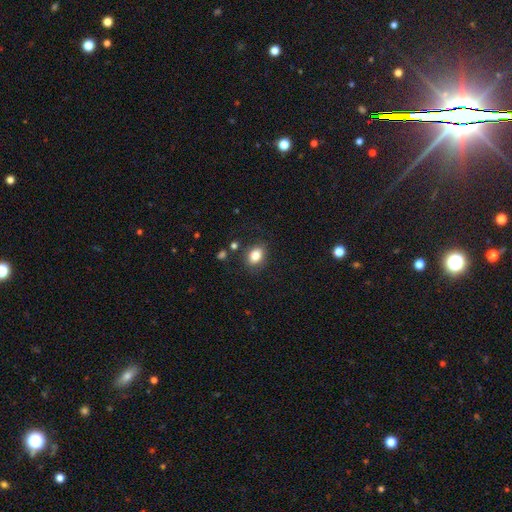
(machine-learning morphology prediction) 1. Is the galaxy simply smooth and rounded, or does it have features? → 82% smooth, 10% star or artifact, 8% featured or disk.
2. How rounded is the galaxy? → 69% in between, 29% round, 1% cigar-shaped.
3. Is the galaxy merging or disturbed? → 80% none, 13% minor disturbance, 4% major disturbance, 3% merger.